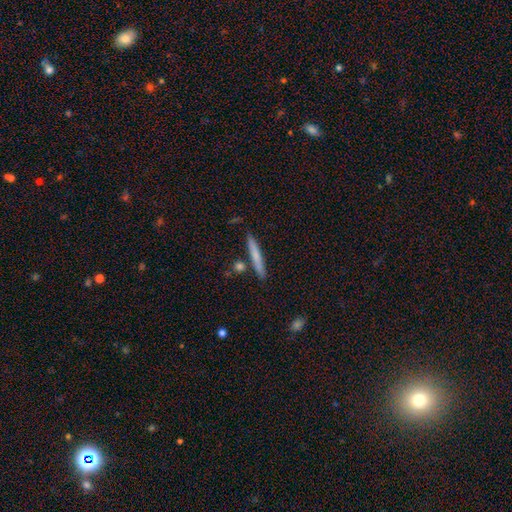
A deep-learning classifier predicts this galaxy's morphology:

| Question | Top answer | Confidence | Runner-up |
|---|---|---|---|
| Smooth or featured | smooth | 69% | featured or disk (25%) |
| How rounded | cigar-shaped | 95% | in between (4%) |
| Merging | none | 84% | minor disturbance (9%) |